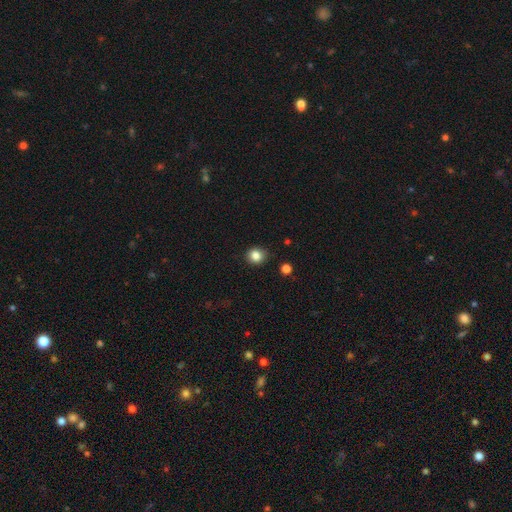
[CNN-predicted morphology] smooth_or_featured: smooth (p=0.84) [alt: star or artifact p=0.11]
how_rounded: round (p=0.80) [alt: in between p=0.19]
merging: none (p=0.88) [alt: minor disturbance p=0.09]